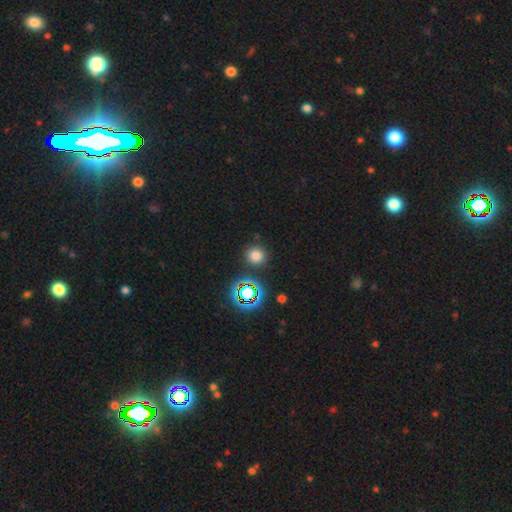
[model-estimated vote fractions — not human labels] This is likely a smooth galaxy (71%). How rounded: clearly round (92%). Merging: clearly none (86%).